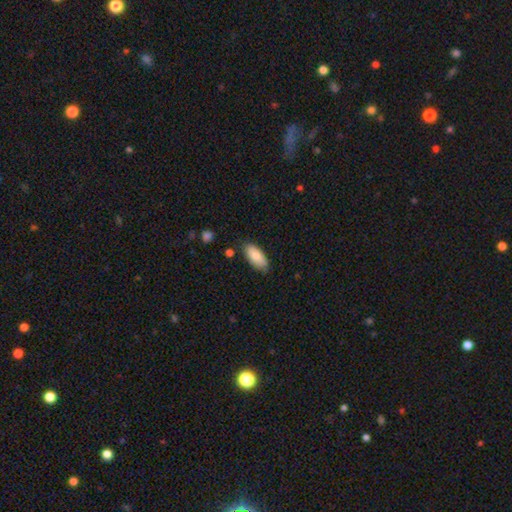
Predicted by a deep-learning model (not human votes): Q: Smooth or featured?
A: smooth (85%); runner-up: featured or disk (9%)
Q: How rounded?
A: in between (87%); runner-up: cigar-shaped (11%)
Q: Merging?
A: none (80%); runner-up: minor disturbance (15%)